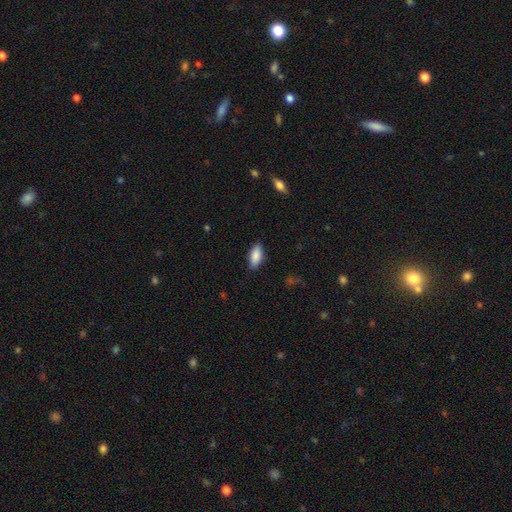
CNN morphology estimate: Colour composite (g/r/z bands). It shows a smooth galaxy with no disk features (88%) that is in between round and cigar-shaped (85%). Merging: none (87%).